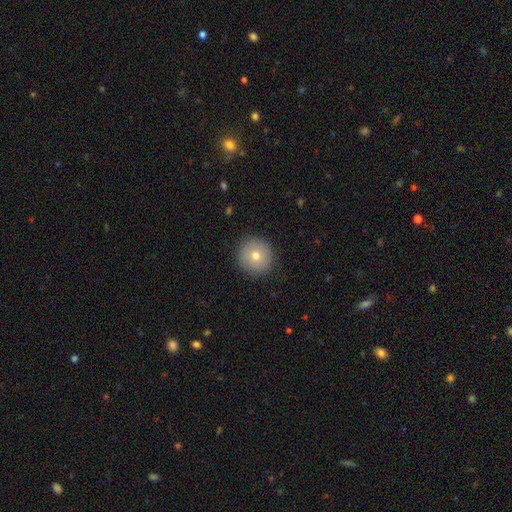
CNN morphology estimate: The model was most divided on "smooth or featured": smooth: 73%, featured or disk: 17%, star or artifact: 10%. More confident: how rounded — round (95%); merging — none (91%).